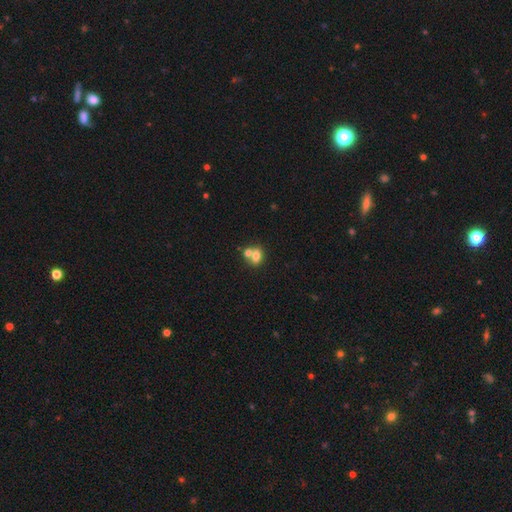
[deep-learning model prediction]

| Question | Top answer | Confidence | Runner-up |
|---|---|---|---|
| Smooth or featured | smooth | 75% | featured or disk (15%) |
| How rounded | in between | 58% | round (40%) |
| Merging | merger | 52% | none (37%) |